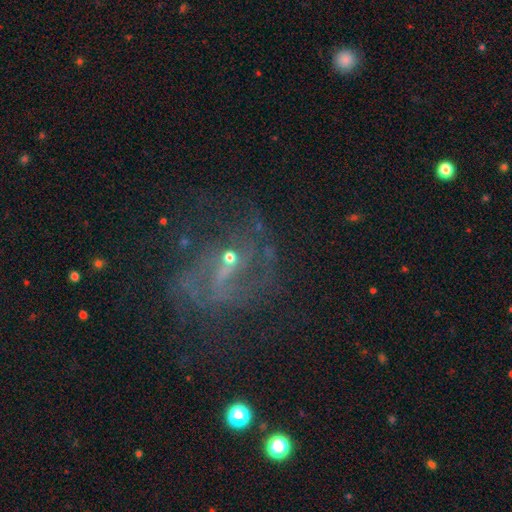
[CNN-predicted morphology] smooth-or-featured: featured or disk: 72% | star or artifact: 17% | smooth: 11%
  disk-edge-on: no: 97% | yes: 3%
    bar: weak: 45% | no: 40% | strong: 15%
    has-spiral-arms: yes: 73% | no: 27%
      spiral-winding: loose: 41% | medium: 39% | tight: 20%
      spiral-arm-count: 2: 41% | can't tell: 32% | 3: 9% | 1: 9% | 4: 5% | more than 4: 4%
    bulge-size: small: 65% | moderate: 17% | none: 16% | large: 1% | dominant: 1%
  merging: none: 53% | major disturbance: 25% | minor disturbance: 17% | merger: 4%